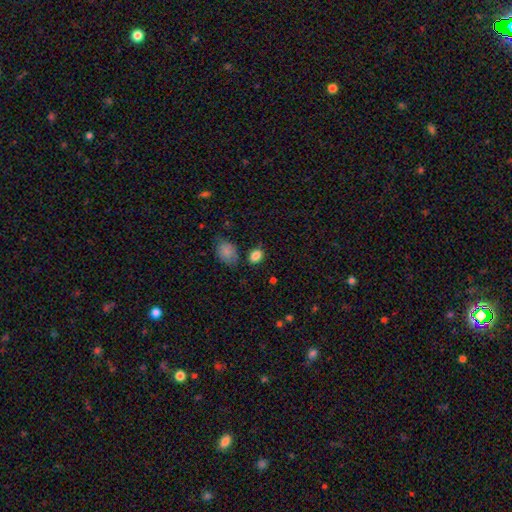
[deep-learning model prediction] Smooth or featured? smooth (85%)
How rounded? in between (69%)
Merging? none (75%)